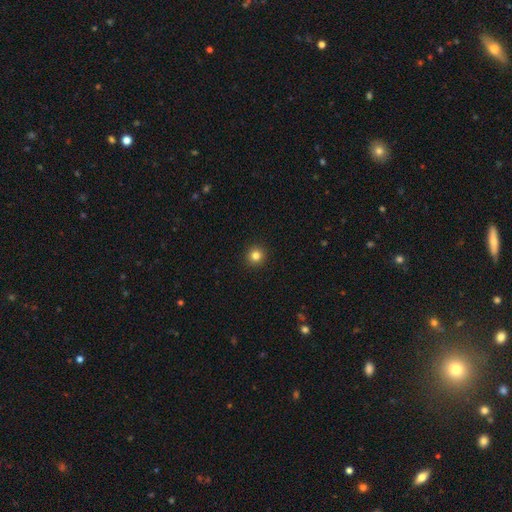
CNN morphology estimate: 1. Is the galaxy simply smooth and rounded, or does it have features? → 83% smooth, 12% star or artifact, 5% featured or disk.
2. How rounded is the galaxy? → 94% round, 5% in between, 1% cigar-shaped.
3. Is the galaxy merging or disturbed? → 93% none, 4% minor disturbance, 2% major disturbance, 1% merger.